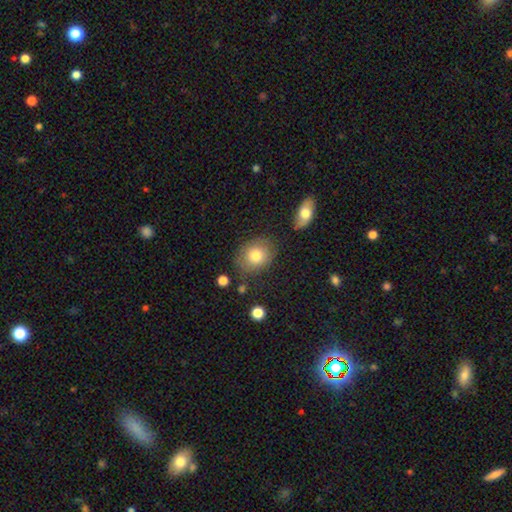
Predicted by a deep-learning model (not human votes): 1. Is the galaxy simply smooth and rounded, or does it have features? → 79% smooth, 12% featured or disk, 9% star or artifact.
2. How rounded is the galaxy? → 50% round, 49% in between, 1% cigar-shaped.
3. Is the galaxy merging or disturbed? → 76% none, 16% minor disturbance, 4% major disturbance, 4% merger.